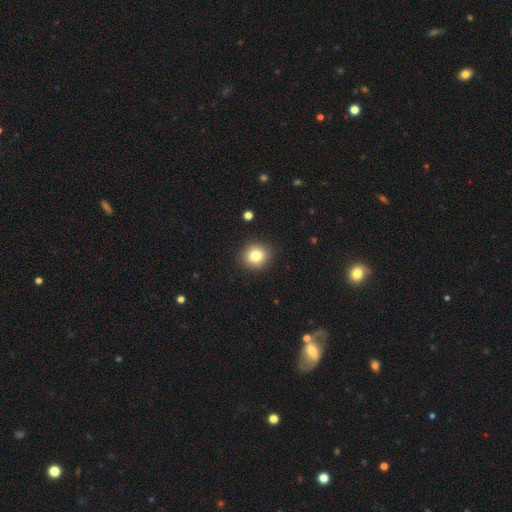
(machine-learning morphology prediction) The model was most divided on "smooth or featured": smooth: 80%, star or artifact: 11%, featured or disk: 9%. More confident: merging — none (90%); how rounded — round (86%).